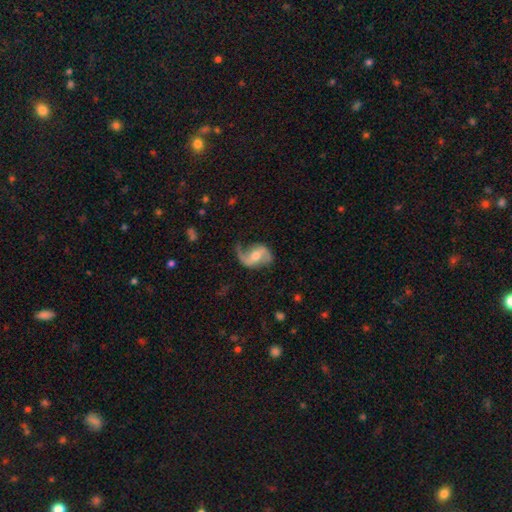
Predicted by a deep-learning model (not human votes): Smooth or featured?
  - featured or disk: 81% *
  - smooth: 13%
  - star or artifact: 5%
Edge-on disk?
  - no: 97% *
  - yes: 3%
Bar?
  - weak: 43% *
  - no: 29%
  - strong: 28%
Spiral arms?
  - yes: 93% *
  - no: 7%
Spiral winding?
  - loose: 64% *
  - medium: 29%
  - tight: 7%
Spiral arm count?
  - 2: 79% *
  - 1: 16%
  - can't tell: 3%
  - 3: 1%
  - 4: 1%
  - more than 4: 1%
Bulge size?
  - moderate: 64% *
  - small: 29%
  - large: 4%
  - none: 2%
  - dominant: 1%
Merging?
  - none: 60% *
  - minor disturbance: 22%
  - major disturbance: 16%
  - merger: 2%